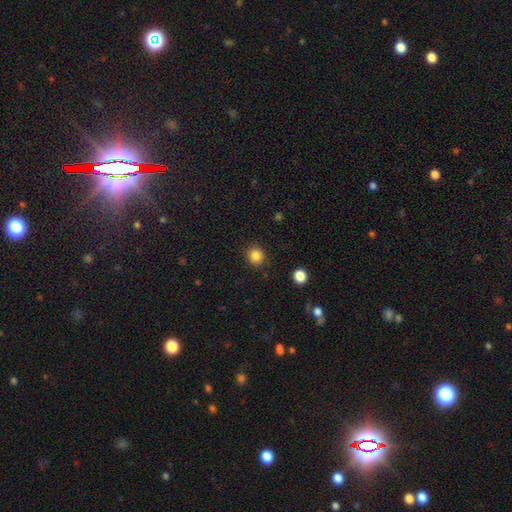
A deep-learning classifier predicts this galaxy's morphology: Smooth or featured? smooth (85%)
How rounded? round (89%)
Merging? none (89%)